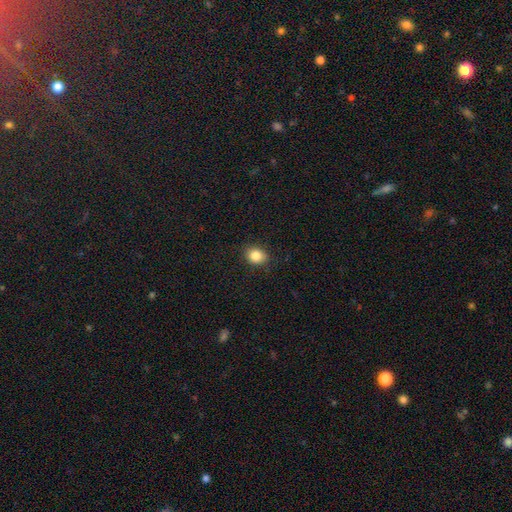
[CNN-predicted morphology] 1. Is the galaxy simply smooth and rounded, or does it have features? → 85% smooth, 10% star or artifact, 5% featured or disk.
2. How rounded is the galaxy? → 57% round, 42% in between, 1% cigar-shaped.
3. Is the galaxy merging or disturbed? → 86% none, 10% minor disturbance, 3% major disturbance, 1% merger.